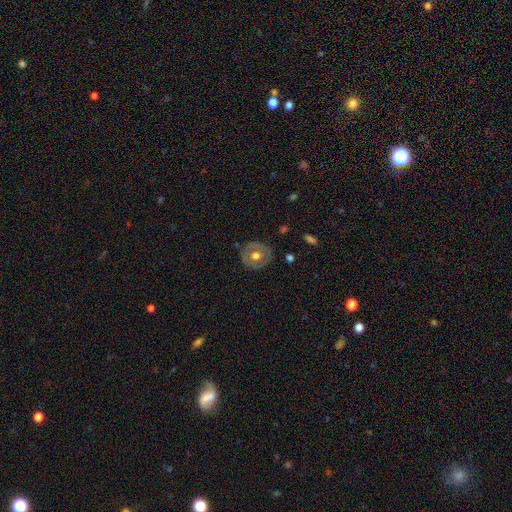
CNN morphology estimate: Q: Smooth or featured?
A: featured or disk (48%); runner-up: smooth (46%)
Q: Merging?
A: none (82%); runner-up: minor disturbance (13%)